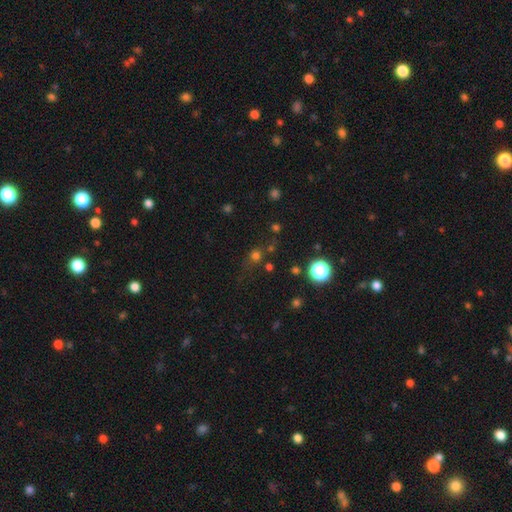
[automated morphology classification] Smooth or featured? Predicted: smooth (p=0.61). How rounded? Predicted: round (p=0.88). Merging? Predicted: none (p=0.71).